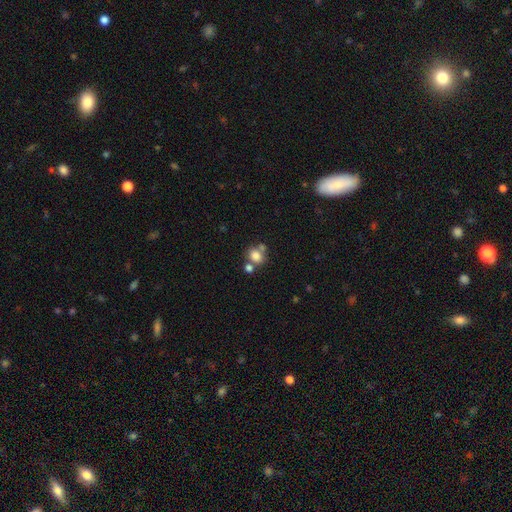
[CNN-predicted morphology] A smooth galaxy with no disk features (78%) that is round (59%). Merging: none (53%).